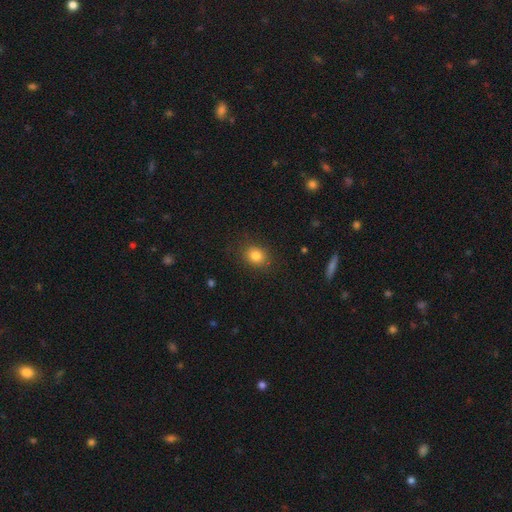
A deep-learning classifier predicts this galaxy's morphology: Smooth or featured? smooth (83%)
How rounded? round (62%)
Merging? none (86%)